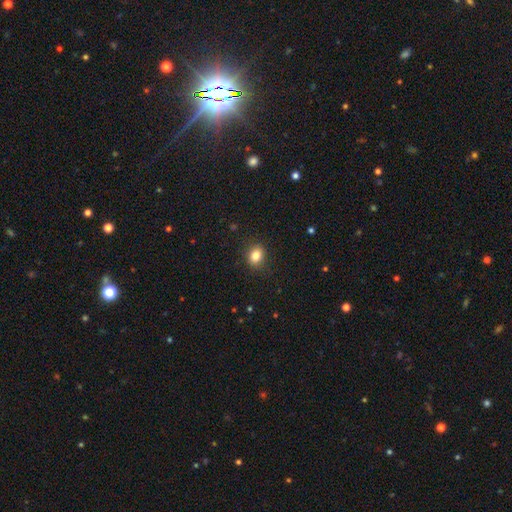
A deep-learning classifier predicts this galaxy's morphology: The model was most divided on "how rounded": in between: 54%, round: 45%, cigar-shaped: 1%. More confident: merging — none (87%); smooth or featured — smooth (83%).